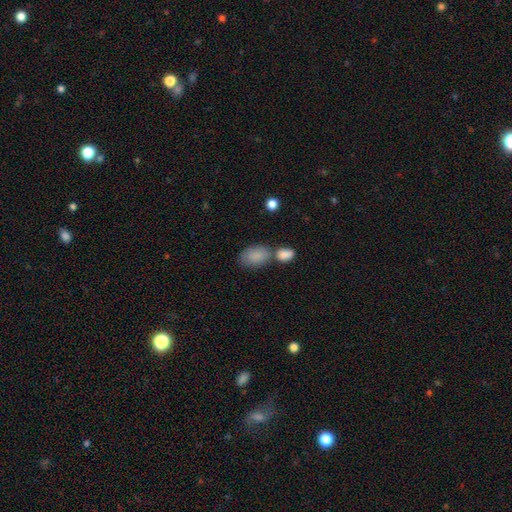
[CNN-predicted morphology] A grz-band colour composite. It shows a smooth galaxy with no disk features (86%) that is in between round and cigar-shaped (89%). Merging: none (44%).